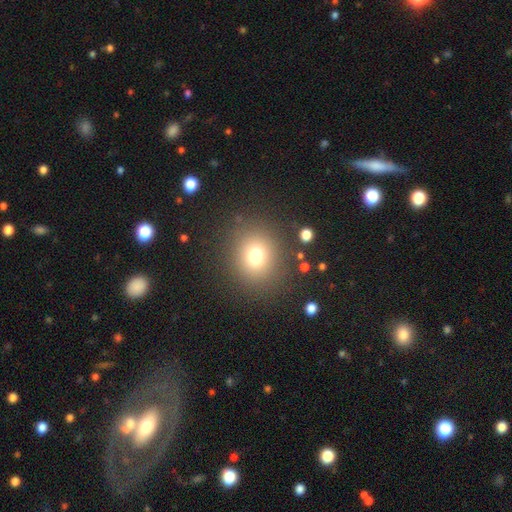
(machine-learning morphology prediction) Smooth or featured?
  - smooth: 73% *
  - star or artifact: 17%
  - featured or disk: 10%
How rounded?
  - round: 83% *
  - in between: 16%
  - cigar-shaped: 1%
Merging?
  - none: 86% *
  - minor disturbance: 7%
  - major disturbance: 5%
  - merger: 2%